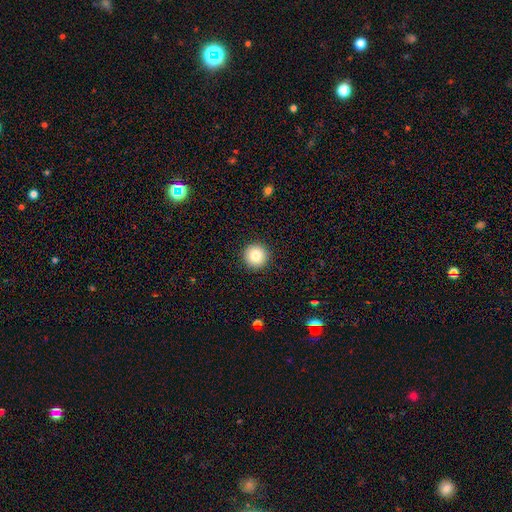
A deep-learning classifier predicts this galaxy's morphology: Smooth or featured? smooth (84%)
How rounded? round (96%)
Merging? none (93%)